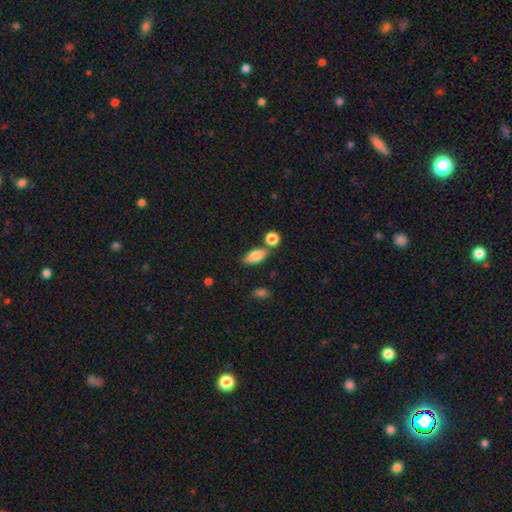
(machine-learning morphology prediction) Smooth or featured?
  - smooth: 81% *
  - featured or disk: 11%
  - star or artifact: 8%
How rounded?
  - in between: 81% *
  - cigar-shaped: 13%
  - round: 6%
Merging?
  - none: 67% *
  - merger: 15%
  - minor disturbance: 14%
  - major disturbance: 4%